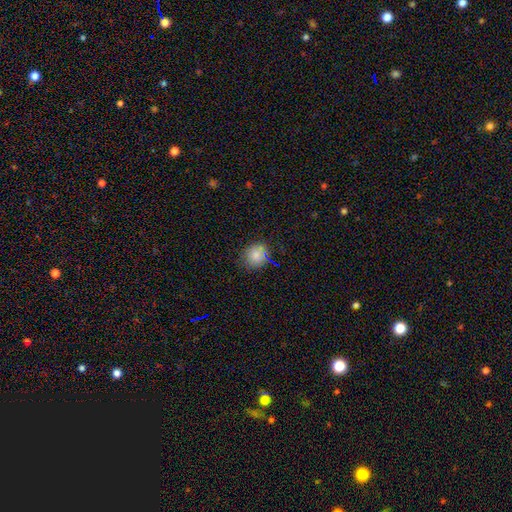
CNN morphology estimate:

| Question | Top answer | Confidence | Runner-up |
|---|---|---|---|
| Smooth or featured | smooth | 81% | star or artifact (11%) |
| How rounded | round | 74% | in between (25%) |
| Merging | none | 76% | minor disturbance (18%) |